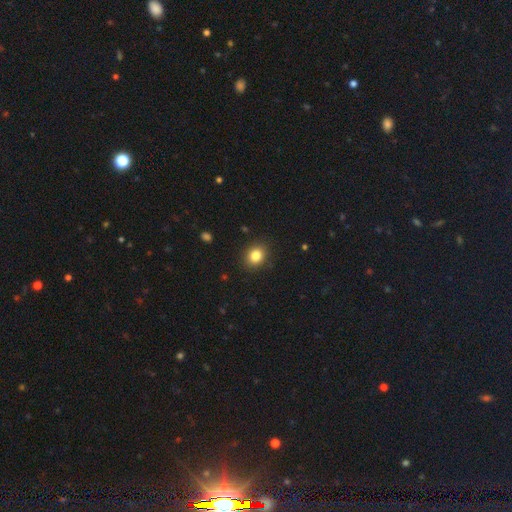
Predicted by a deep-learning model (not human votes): smooth_or_featured: smooth (p=0.83) [alt: star or artifact p=0.11]
how_rounded: round (p=0.63) [alt: in between p=0.36]
merging: none (p=0.89) [alt: minor disturbance p=0.08]